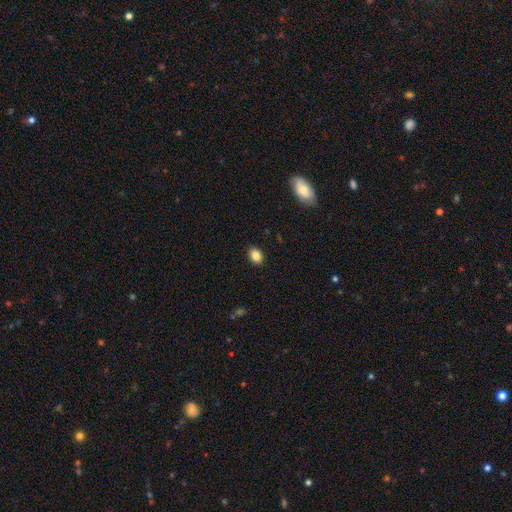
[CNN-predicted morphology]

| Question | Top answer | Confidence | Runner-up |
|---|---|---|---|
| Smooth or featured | smooth | 85% | star or artifact (9%) |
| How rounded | in between | 67% | round (32%) |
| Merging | none | 89% | minor disturbance (8%) |